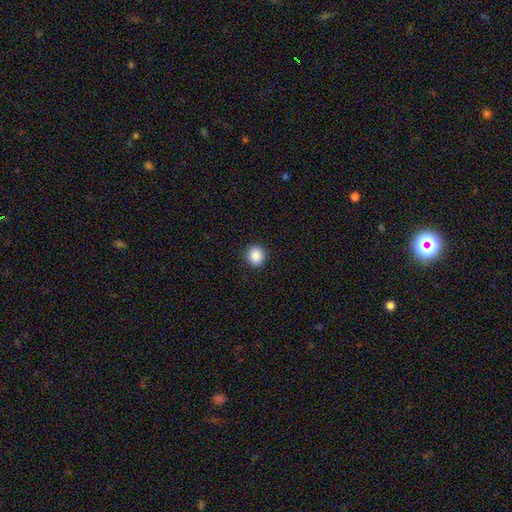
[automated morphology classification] Smooth or featured? smooth (88%)
How rounded? round (88%)
Merging? none (92%)